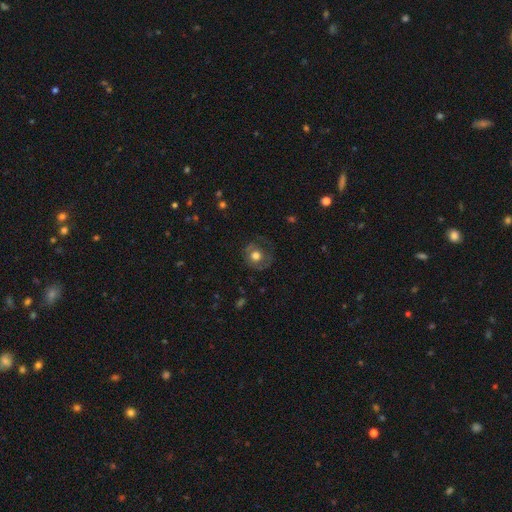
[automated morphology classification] Q: Smooth or featured?
A: smooth (57%); runner-up: featured or disk (34%)
Q: How rounded?
A: round (84%); runner-up: in between (15%)
Q: Merging?
A: none (67%); runner-up: minor disturbance (19%)